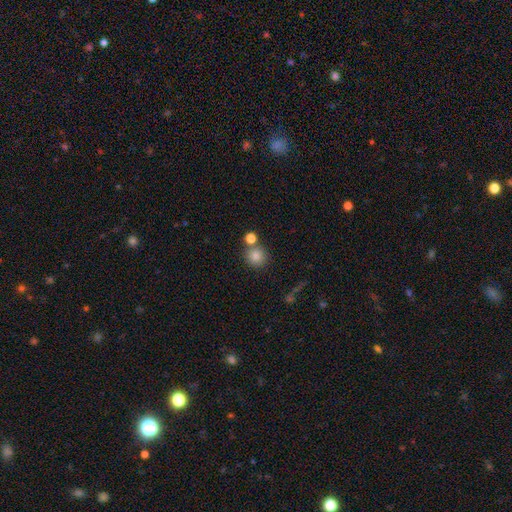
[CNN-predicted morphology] A smooth galaxy with no disk features (83%) that is round (91%).

Vote fractions:
- Smooth or featured? smooth: 83% / star or artifact: 11% / featured or disk: 6%
- How rounded? round: 91% / in between: 8% / cigar-shaped: 1%
- Merging? none: 71% / merger: 17% / minor disturbance: 8% / major disturbance: 3%